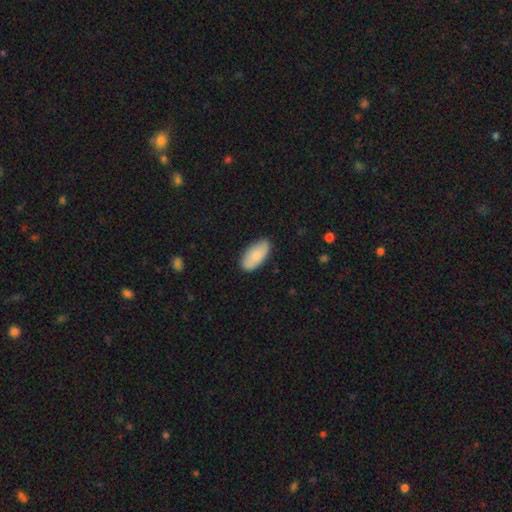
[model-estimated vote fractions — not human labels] Smooth or featured?
  - smooth: 81% *
  - featured or disk: 14%
  - star or artifact: 6%
How rounded?
  - in between: 93% *
  - cigar-shaped: 5%
  - round: 2%
Merging?
  - none: 84% *
  - minor disturbance: 13%
  - major disturbance: 2%
  - merger: 1%